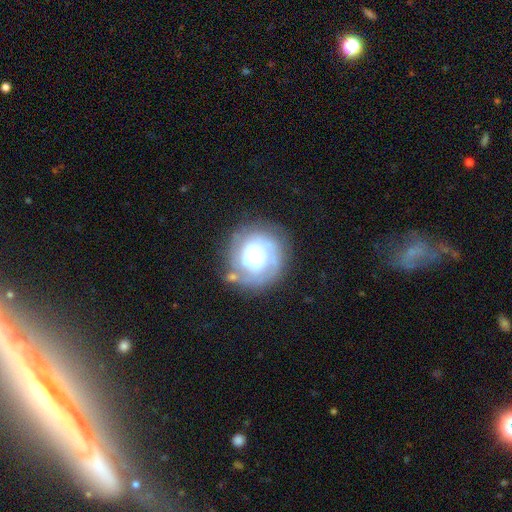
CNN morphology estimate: smooth-or-featured: featured or disk: 60% | smooth: 32% | star or artifact: 8%
  disk-edge-on: no: 98% | yes: 2%
    bar: no: 79% | weak: 15% | strong: 5%
    has-spiral-arms: yes: 73% | no: 27%
    bulge-size: large: 36% | dominant: 17% | small: 17% | moderate: 16% | none: 14%
  merging: none: 61% | minor disturbance: 20% | major disturbance: 14% | merger: 5%